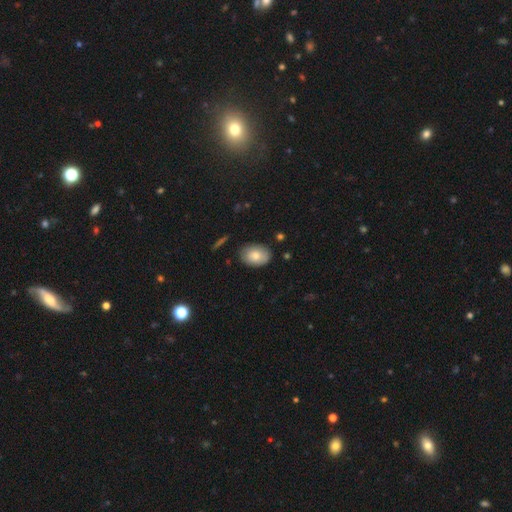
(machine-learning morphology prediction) Smooth or featured?
  - smooth: 78% *
  - featured or disk: 15%
  - star or artifact: 7%
How rounded?
  - in between: 81% *
  - round: 17%
  - cigar-shaped: 1%
Merging?
  - none: 82% *
  - minor disturbance: 14%
  - major disturbance: 3%
  - merger: 2%